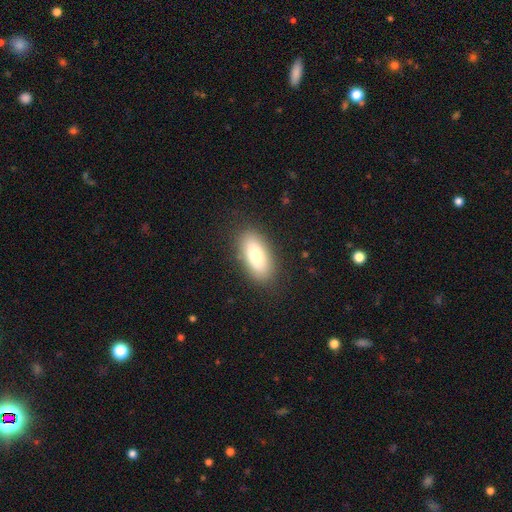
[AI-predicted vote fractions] Smooth or featured?
  - smooth: 81% *
  - featured or disk: 12%
  - star or artifact: 7%
How rounded?
  - in between: 86% *
  - cigar-shaped: 11%
  - round: 3%
Merging?
  - none: 84% *
  - minor disturbance: 11%
  - major disturbance: 4%
  - merger: 1%